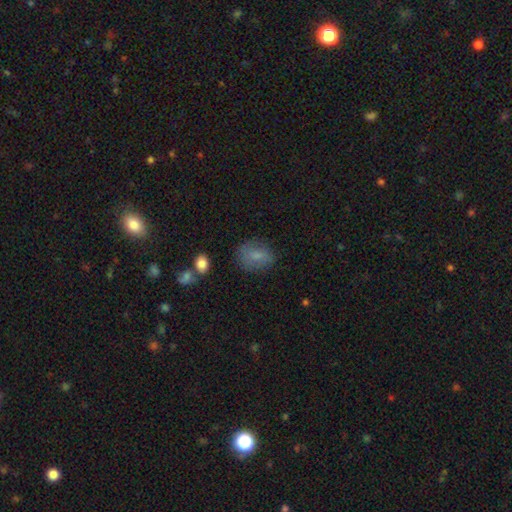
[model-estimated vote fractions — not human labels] smooth 76%, featured or disk 14%, star or artifact 9%. Down the decision tree: how rounded — in between (59%); merging — none (70%).